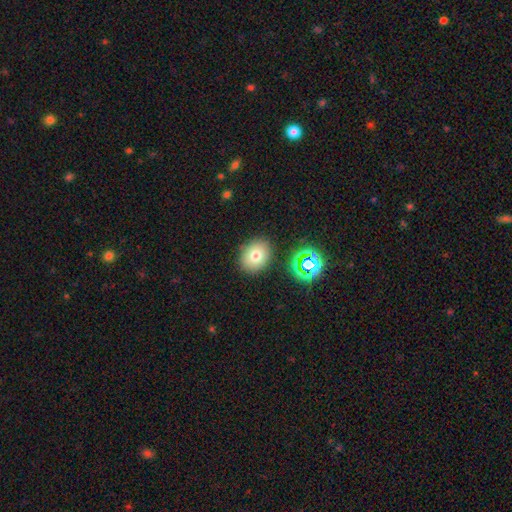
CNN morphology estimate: Smooth or featured? Predicted: smooth (p=0.73). How rounded? Predicted: round (p=0.52). Merging? Predicted: none (p=0.84).